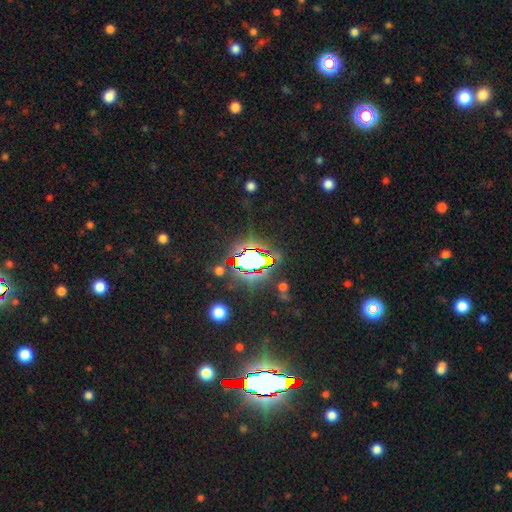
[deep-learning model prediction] Overall: star or artifact (80%).